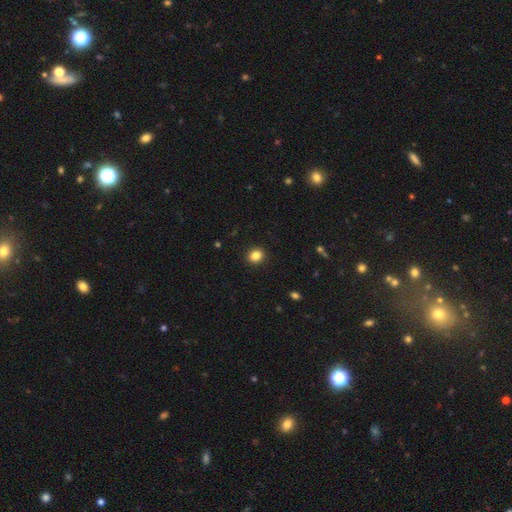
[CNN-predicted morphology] smooth-or-featured: smooth: 85% | star or artifact: 11% | featured or disk: 5%
  how-rounded: round: 75% | in between: 24% | cigar-shaped: 1%
  merging: none: 92% | minor disturbance: 5% | major disturbance: 2% | merger: 1%